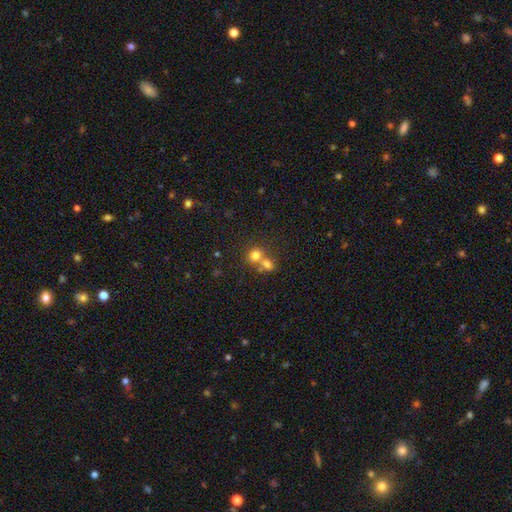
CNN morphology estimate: Smooth or featured? Predicted: smooth (p=0.73). How rounded? Predicted: round (p=0.75). Merging? Predicted: merger (p=0.58).